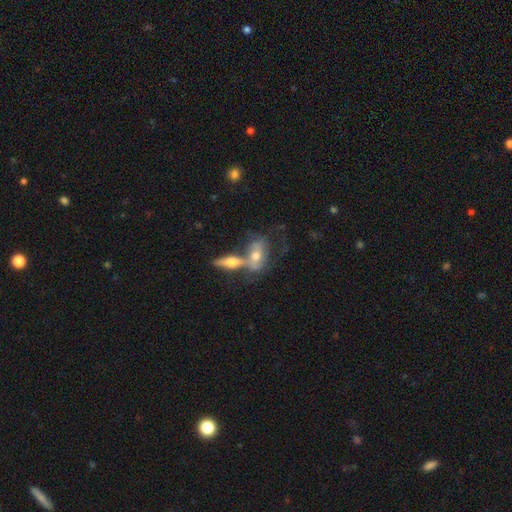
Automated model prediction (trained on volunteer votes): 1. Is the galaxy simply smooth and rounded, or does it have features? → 53% featured or disk, 39% smooth, 8% star or artifact.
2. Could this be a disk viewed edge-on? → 53% no, 47% yes.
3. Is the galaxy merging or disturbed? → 57% merger, 24% none, 10% minor disturbance, 8% major disturbance.